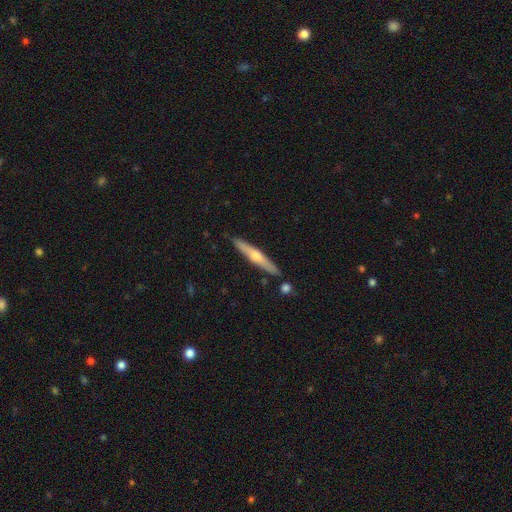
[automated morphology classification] A featured or disk galaxy (57%) viewed edge-on (96%) with a rounded central bulge (84%).

Vote fractions:
- Smooth or featured? featured or disk: 57% / smooth: 37% / star or artifact: 5%
- Edge-on disk? yes: 96% / no: 4%
- Edge-on bulge? rounded: 84% / none: 12% / boxy: 4%
- Merging? none: 86% / minor disturbance: 9% / merger: 4% / major disturbance: 2%